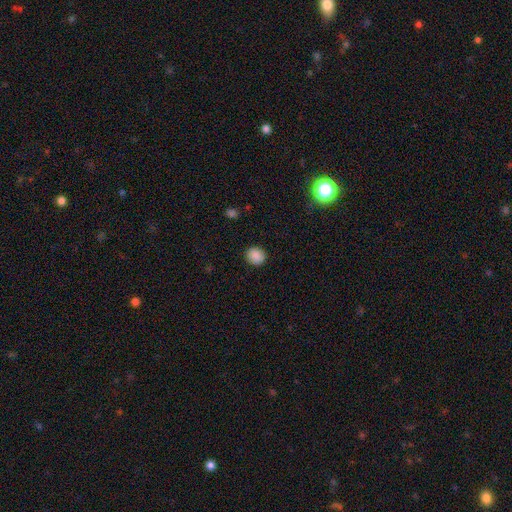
Smooth or featured? smooth (97%)
How rounded? round (89%)
Merging? none (89%)